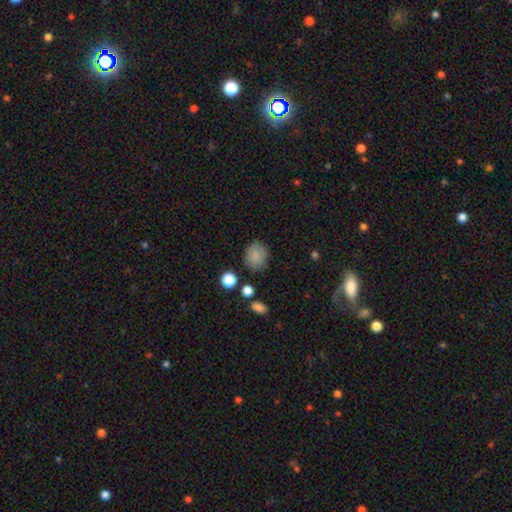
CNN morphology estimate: A smooth galaxy with no disk features (84%) that is round (70%).

Vote fractions:
- Smooth or featured? smooth: 84% / star or artifact: 9% / featured or disk: 6%
- How rounded? round: 70% / in between: 29% / cigar-shaped: 1%
- Merging? none: 82% / minor disturbance: 12% / major disturbance: 4% / merger: 3%